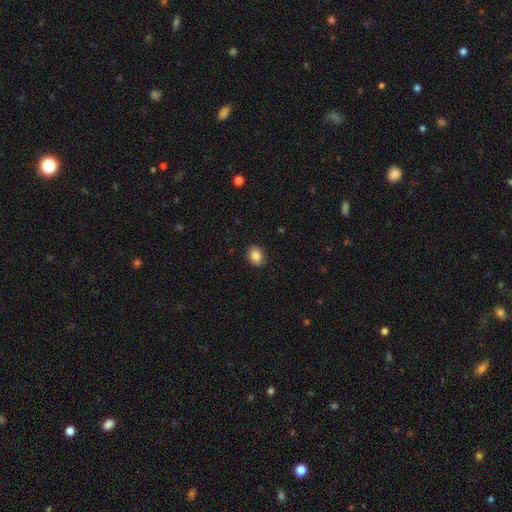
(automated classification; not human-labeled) smooth_or_featured: smooth (p=0.87) [alt: star or artifact p=0.09]
how_rounded: round (p=0.53) [alt: in between p=0.46]
merging: none (p=0.89) [alt: minor disturbance p=0.08]